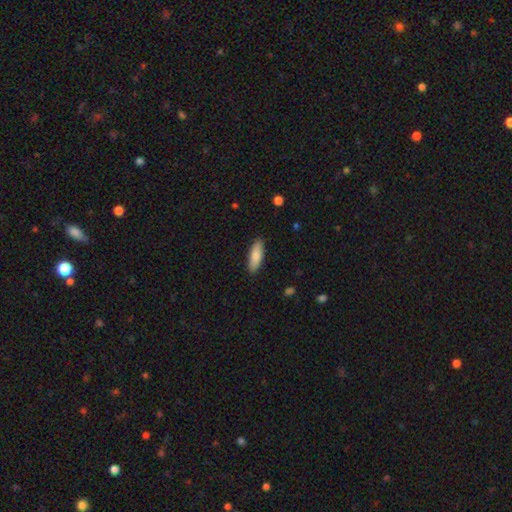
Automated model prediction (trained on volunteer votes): This appears to be a smooth galaxy with no disk features (82%) that is in between round and cigar-shaped (58%). Merging: none (88%).